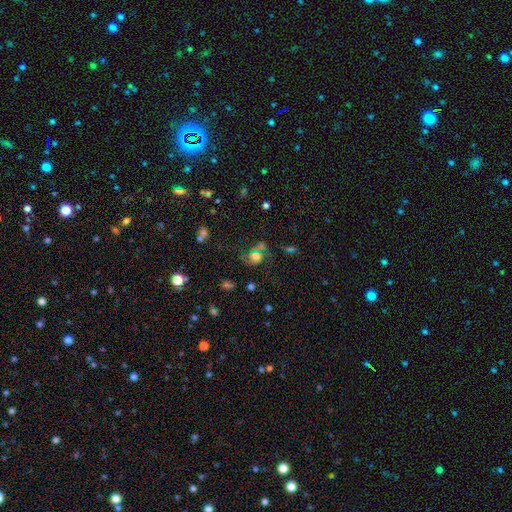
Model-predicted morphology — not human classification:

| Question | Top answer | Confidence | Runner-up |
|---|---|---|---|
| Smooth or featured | smooth | 51% | star or artifact (25%) |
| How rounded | round | 61% | in between (37%) |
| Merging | none | 46% | major disturbance (19%) |